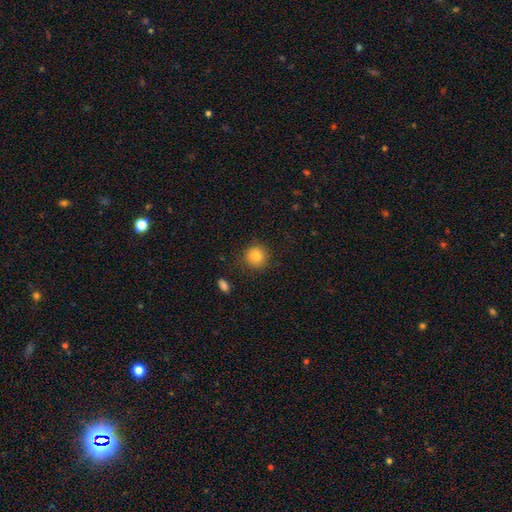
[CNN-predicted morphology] Smooth or featured?
  - smooth: 82% *
  - star or artifact: 11%
  - featured or disk: 7%
How rounded?
  - round: 92% *
  - in between: 7%
  - cigar-shaped: 1%
Merging?
  - none: 86% *
  - minor disturbance: 9%
  - major disturbance: 3%
  - merger: 2%